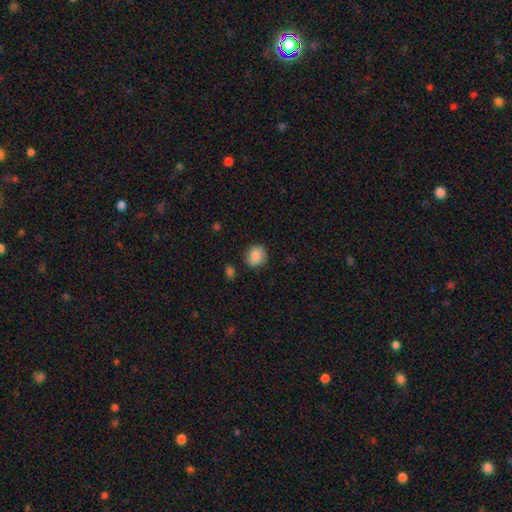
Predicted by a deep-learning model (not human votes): Smooth or featured? Predicted: smooth (p=0.83). How rounded? Predicted: round (p=0.84). Merging? Predicted: none (p=0.83).